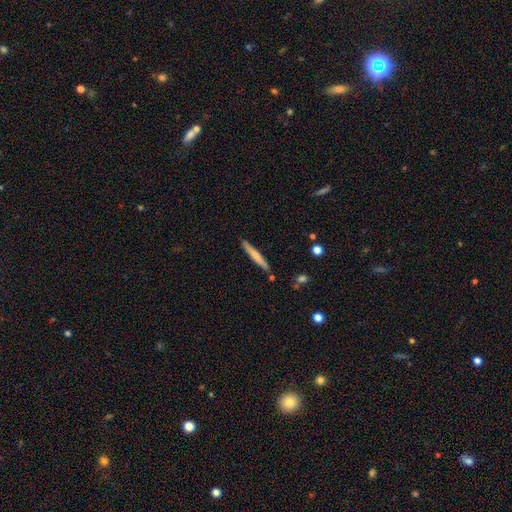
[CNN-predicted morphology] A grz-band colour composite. It shows a smooth galaxy with no disk features (64%) that is cigar-shaped (95%). Merging: none (87%).